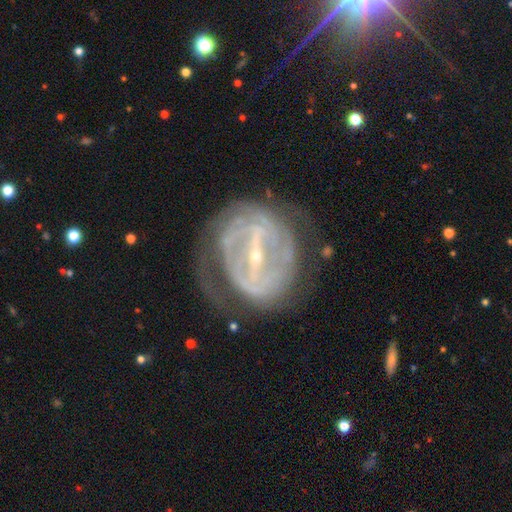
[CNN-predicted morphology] This appears to be a featured or disk galaxy (87%) with a strong bar (73%), tight (60%) spiral arms (78%) and a small central bulge (80%). Merging: none (63%).